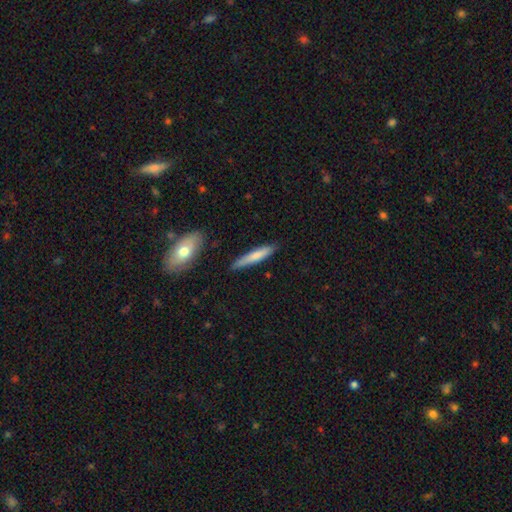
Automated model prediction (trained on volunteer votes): This appears to be a smooth galaxy with no disk features (73%) that is cigar-shaped (90%). Merging: none (83%).